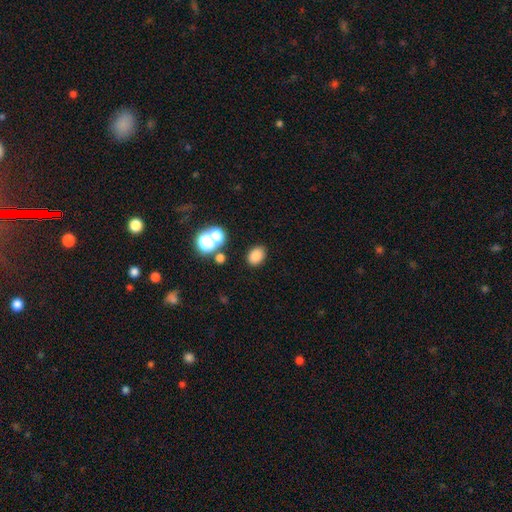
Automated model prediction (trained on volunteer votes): Overall: smooth (80%). How rounded: in between (67%; round 32%). Merging: none (83%).